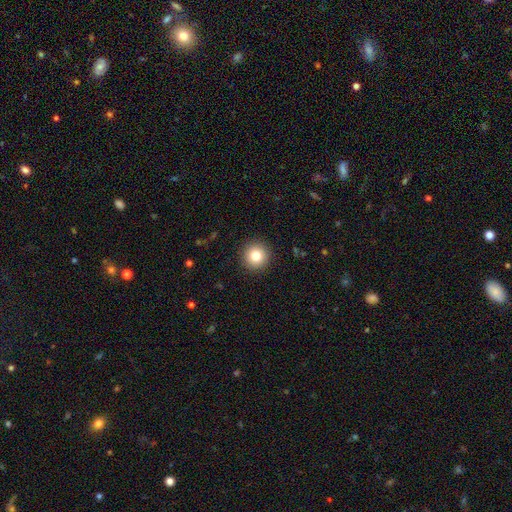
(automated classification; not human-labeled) Smooth or featured?
  - smooth: 81% *
  - star or artifact: 11%
  - featured or disk: 8%
How rounded?
  - round: 95% *
  - in between: 4%
  - cigar-shaped: 1%
Merging?
  - none: 92% *
  - minor disturbance: 5%
  - major disturbance: 2%
  - merger: 1%